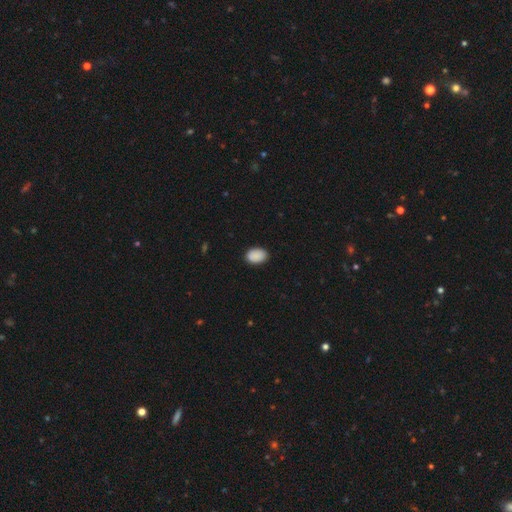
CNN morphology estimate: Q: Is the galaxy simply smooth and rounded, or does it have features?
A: smooth — 90%.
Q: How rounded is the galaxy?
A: in between — 86%.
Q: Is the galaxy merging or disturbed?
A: none — 87%.